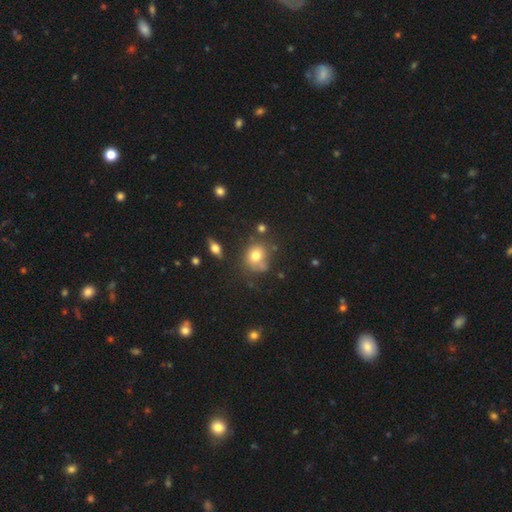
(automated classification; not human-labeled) The model was most divided on "how rounded": round: 64%, in between: 35%, cigar-shaped: 1%. More confident: smooth or featured — smooth (75%); merging — none (60%).